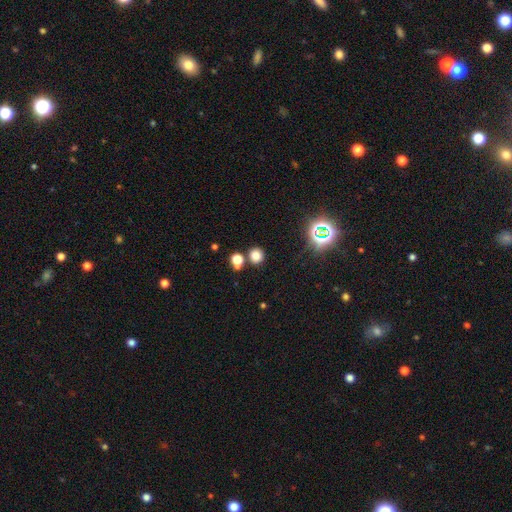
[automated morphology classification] smooth 74%, star or artifact 20%, featured or disk 6%. Down the decision tree: how rounded — round (85%); merging — none (78%).